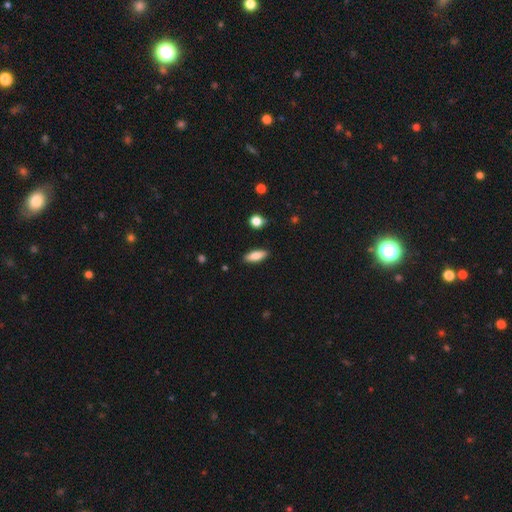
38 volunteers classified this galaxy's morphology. smooth_or_featured: smooth (p=0.82) [alt: featured or disk p=0.11]
how_rounded: in between (p=0.52) [alt: cigar-shaped p=0.35]
merging: none (p=0.89) [alt: major disturbance p=0.06]